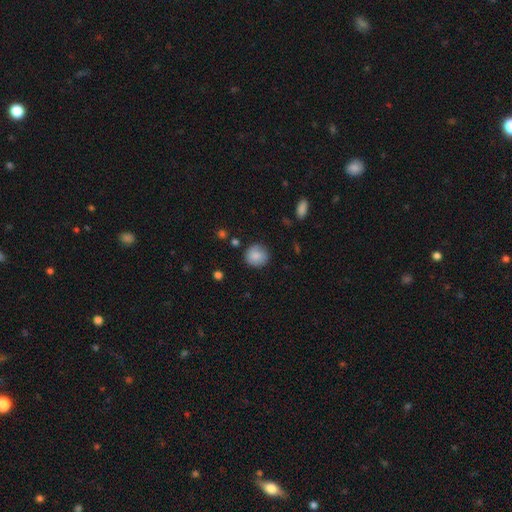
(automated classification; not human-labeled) The model was most divided on "merging": none: 84%, minor disturbance: 11%, major disturbance: 3%, merger: 2%. More confident: how rounded — round (89%); smooth or featured — smooth (85%).